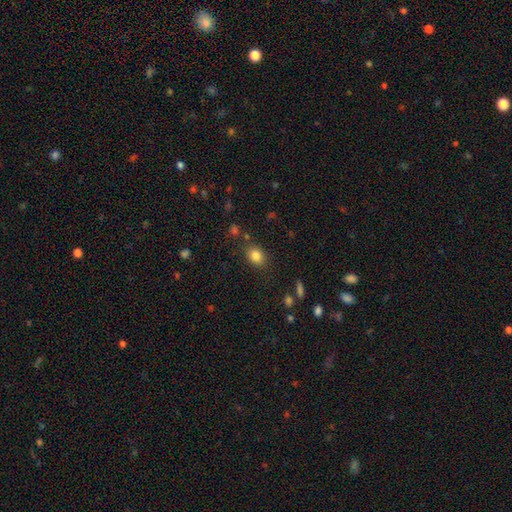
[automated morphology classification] This is clearly a smooth galaxy (83%). How rounded: possibly in between (59%). Merging: clearly none (81%).